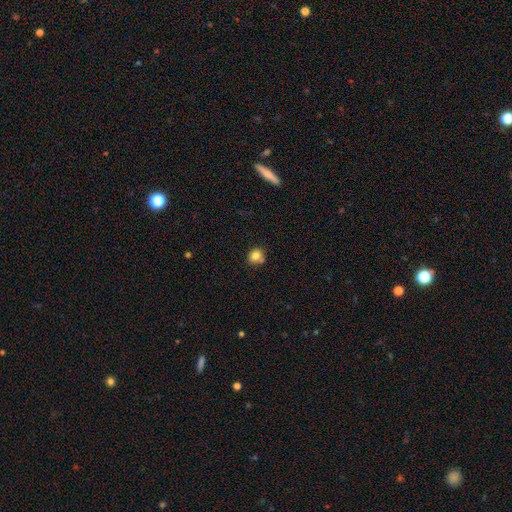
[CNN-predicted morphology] smooth-or-featured: smooth: 80% | star or artifact: 11% | featured or disk: 9%
  how-rounded: round: 84% | in between: 15% | cigar-shaped: 1%
  merging: none: 69% | minor disturbance: 19% | merger: 8% | major disturbance: 4%